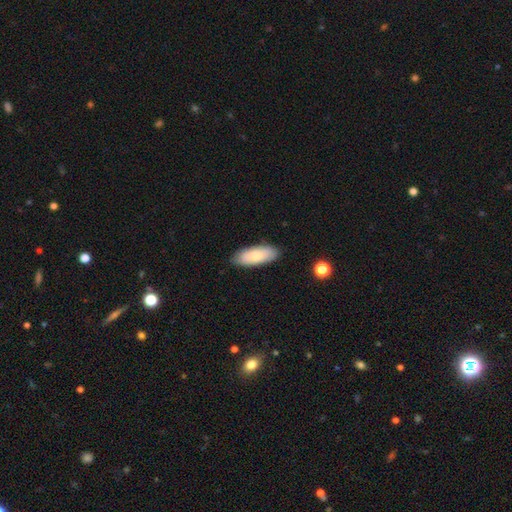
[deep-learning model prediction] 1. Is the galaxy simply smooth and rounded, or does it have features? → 70% smooth, 24% featured or disk, 6% star or artifact.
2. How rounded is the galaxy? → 83% in between, 15% cigar-shaped, 2% round.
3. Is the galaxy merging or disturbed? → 84% none, 13% minor disturbance, 2% major disturbance, 1% merger.